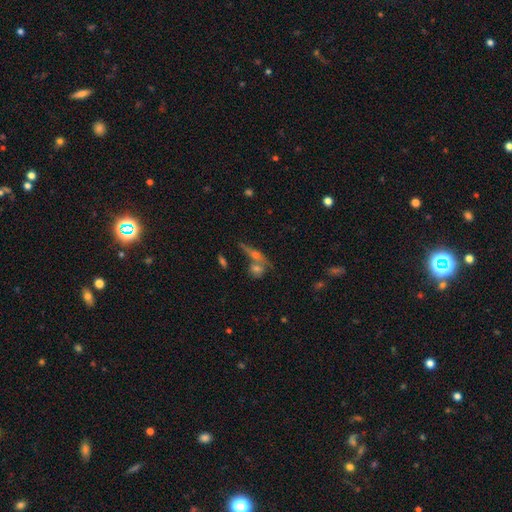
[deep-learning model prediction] smooth_or_featured: featured or disk (p=0.48) [alt: smooth p=0.33]
merging: none (p=0.51) [alt: merger p=0.33]